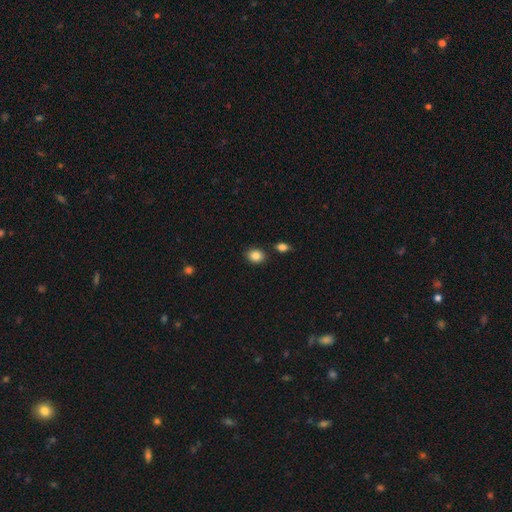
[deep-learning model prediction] Smooth or featured? Predicted: smooth (p=0.85). How rounded? Predicted: round (p=0.51). Merging? Predicted: none (p=0.84).